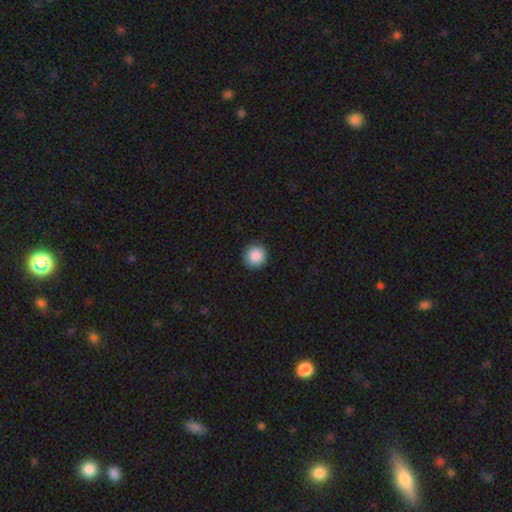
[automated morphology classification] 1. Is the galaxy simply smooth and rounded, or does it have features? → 89% smooth, 8% star or artifact, 3% featured or disk.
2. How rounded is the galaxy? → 94% round, 5% in between, 1% cigar-shaped.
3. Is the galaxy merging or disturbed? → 92% none, 6% minor disturbance, 2% major disturbance, 1% merger.